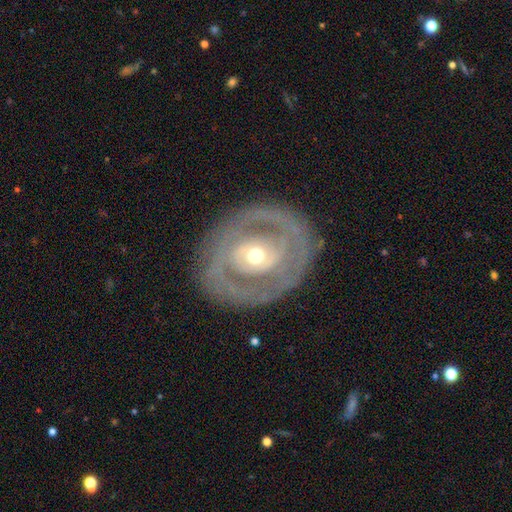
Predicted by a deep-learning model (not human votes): Overall: featured or disk (76%). Edge-on disk: no (95%). Bar: no (65%). Spiral arms: no (50%, tied with yes). Bulge size: moderate (65%; small 26%). Merging: none (78%).